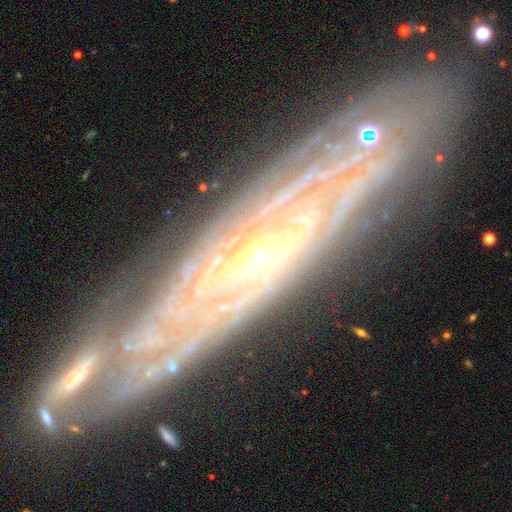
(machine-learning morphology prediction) The model was most divided on "spiral arm count": can't tell: 47%, 2: 17%, 3: 11%, more than 4: 9%, 4: 9%, 1: 7%. More confident: spiral arms — yes (90%); smooth or featured — featured or disk (84%); spiral winding — tight (73%); bulge size — small (71%); merging — none (70%); edge-on disk — no (69%); bar — no (65%).